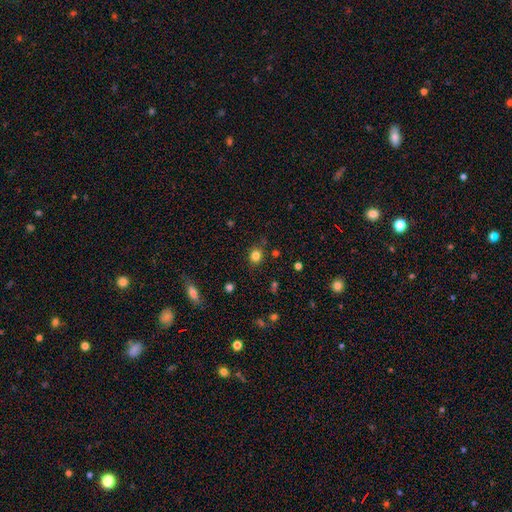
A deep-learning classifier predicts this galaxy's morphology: Smooth or featured? Predicted: smooth (p=0.82). How rounded? Predicted: round (p=0.74). Merging? Predicted: none (p=0.81).